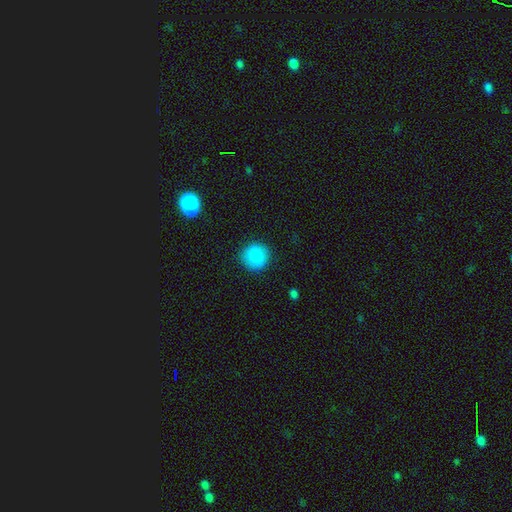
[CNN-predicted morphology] smooth-or-featured: smooth: 87% | star or artifact: 8% | featured or disk: 5%
  how-rounded: round: 92% | in between: 7% | cigar-shaped: 1%
  merging: none: 88% | minor disturbance: 8% | major disturbance: 3% | merger: 1%